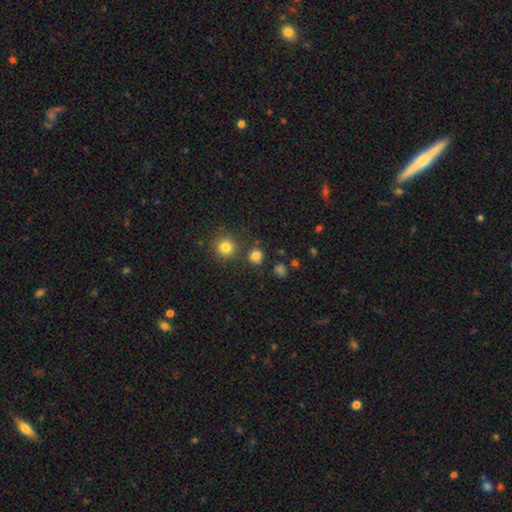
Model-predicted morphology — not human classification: A smooth galaxy with no disk features (80%) that is round (84%). Merging: none (80%).